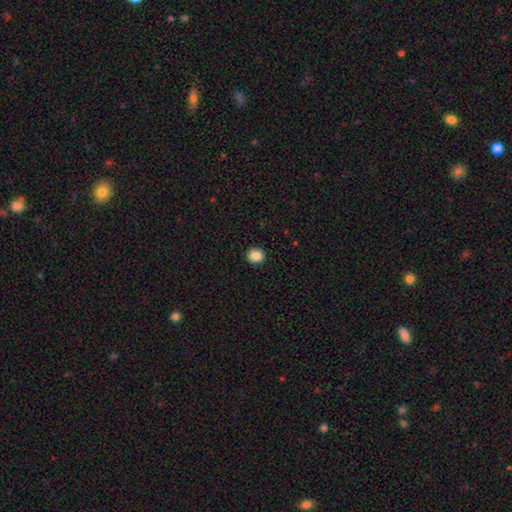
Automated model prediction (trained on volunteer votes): Smooth or featured: smooth — 87% (star or artifact — 9%)
How rounded: round — 87% (in between — 12%)
Merging: none — 93% (minor disturbance — 5%)